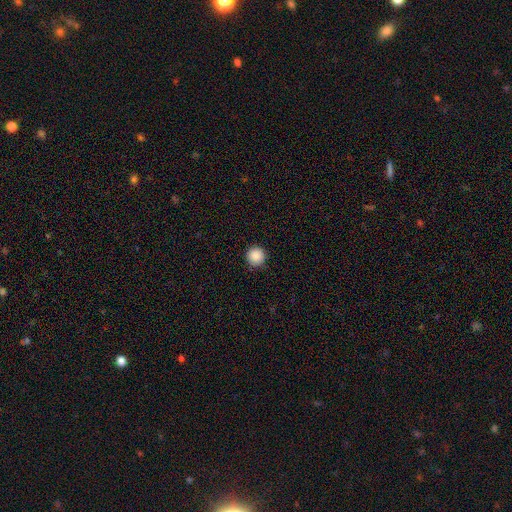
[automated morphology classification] Overall: smooth (88%). How rounded: round (96%). Merging: none (91%).